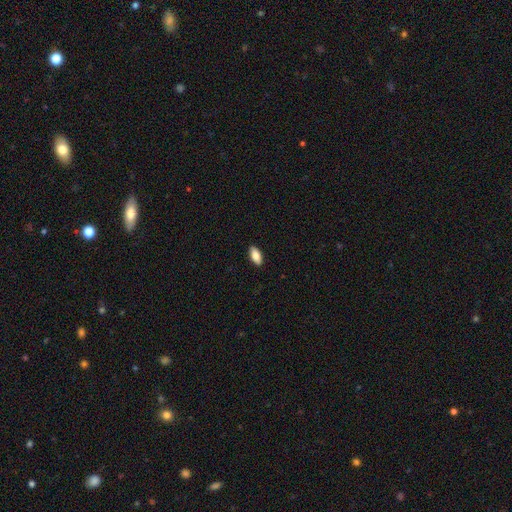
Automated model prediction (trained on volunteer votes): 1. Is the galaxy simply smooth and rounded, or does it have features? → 84% smooth, 10% featured or disk, 6% star or artifact.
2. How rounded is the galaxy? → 90% in between, 8% cigar-shaped, 2% round.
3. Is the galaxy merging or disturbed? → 90% none, 8% minor disturbance, 2% major disturbance, 1% merger.